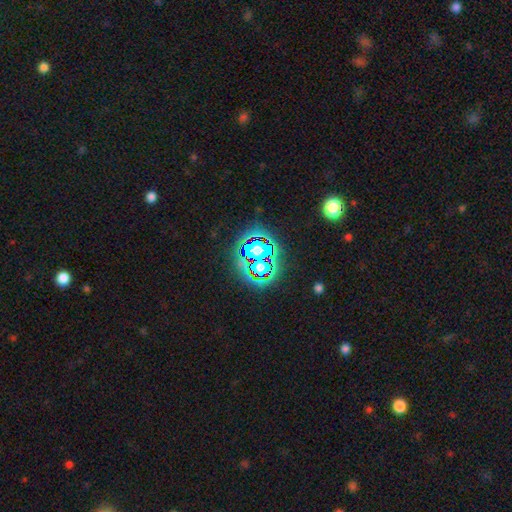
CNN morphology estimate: Overall: star or artifact (79%).